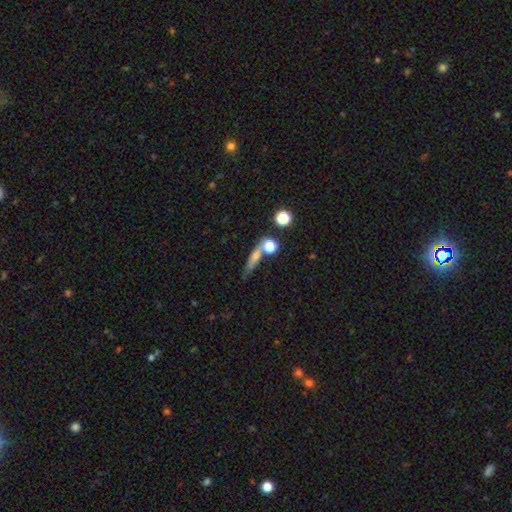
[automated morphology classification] Q: Smooth or featured?
A: smooth (50%); runner-up: featured or disk (33%)
Q: Merging?
A: none (64%); runner-up: merger (18%)